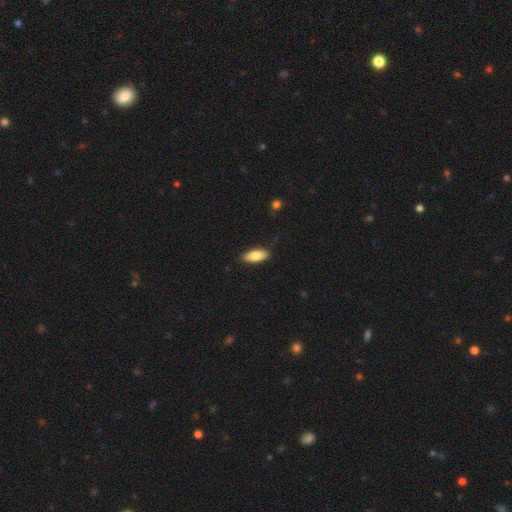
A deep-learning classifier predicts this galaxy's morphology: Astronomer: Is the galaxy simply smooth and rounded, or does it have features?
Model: smooth — 82%.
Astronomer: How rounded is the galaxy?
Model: in between — 81%.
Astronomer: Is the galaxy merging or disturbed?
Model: none — 87%.